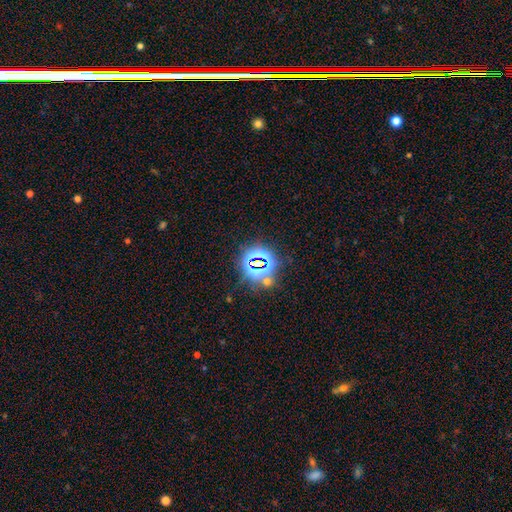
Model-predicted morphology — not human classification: Smooth or featured? star or artifact (76%)